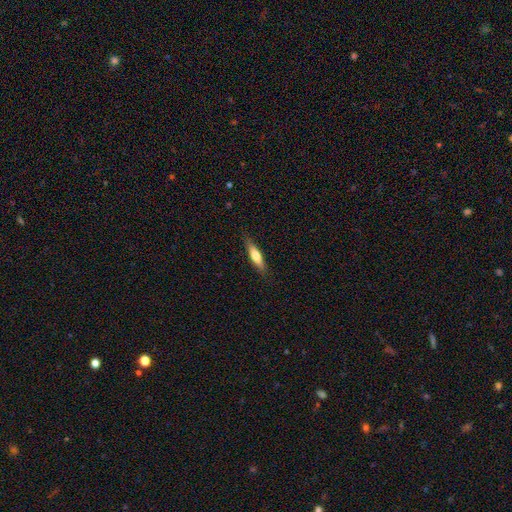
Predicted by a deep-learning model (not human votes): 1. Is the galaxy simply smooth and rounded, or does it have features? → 64% smooth, 30% featured or disk, 6% star or artifact.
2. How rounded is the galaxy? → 70% cigar-shaped, 28% in between, 2% round.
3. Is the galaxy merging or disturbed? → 84% none, 12% minor disturbance, 3% major disturbance, 1% merger.